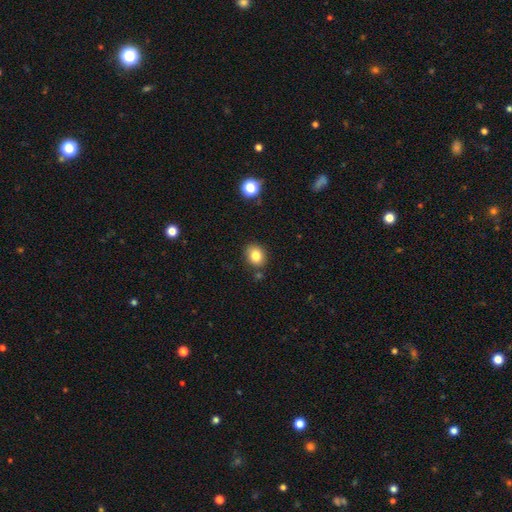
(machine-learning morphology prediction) Smooth or featured: smooth — 82% (star or artifact — 11%)
How rounded: round — 59% (in between — 40%)
Merging: none — 82% (minor disturbance — 11%)